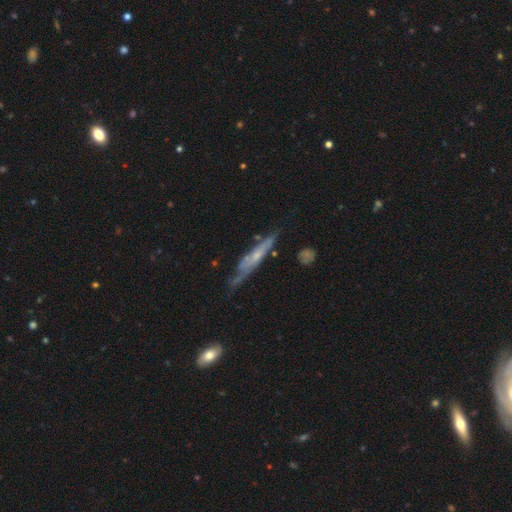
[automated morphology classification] This is likely a featured or disk galaxy (64%). It is likely viewed edge-on (70%). Merging: possibly none (56%).